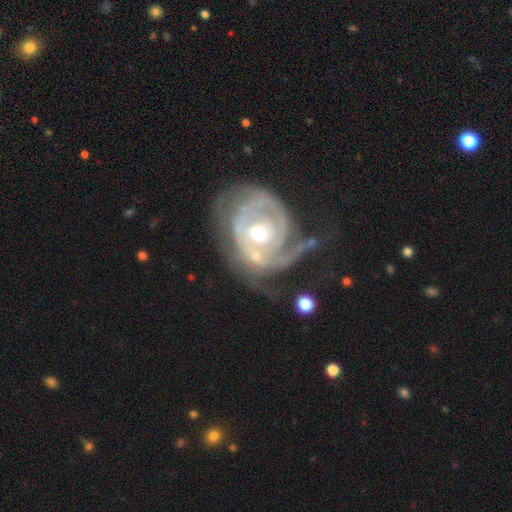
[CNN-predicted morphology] A featured or disk galaxy (87%) with no bar (72%), 2 (39%) tight (59%) spiral arms (92%) and a moderate central bulge (70%).

Vote fractions:
- Smooth or featured? featured or disk: 87% / smooth: 8% / star or artifact: 5%
- Edge-on disk? no: 97% / yes: 3%
- Bar? no: 72% / weak: 21% / strong: 7%
- Spiral arms? yes: 92% / no: 8%
- Spiral winding? tight: 59% / medium: 29% / loose: 12%
- Spiral arm count? 2: 39% / can't tell: 21% / 3: 15% / 1: 13% / 4: 6% / more than 4: 6%
- Bulge size? moderate: 70% / large: 14% / small: 13% / none: 2% / dominant: 2%
- Merging? none: 46% / major disturbance: 26% / minor disturbance: 22% / merger: 7%